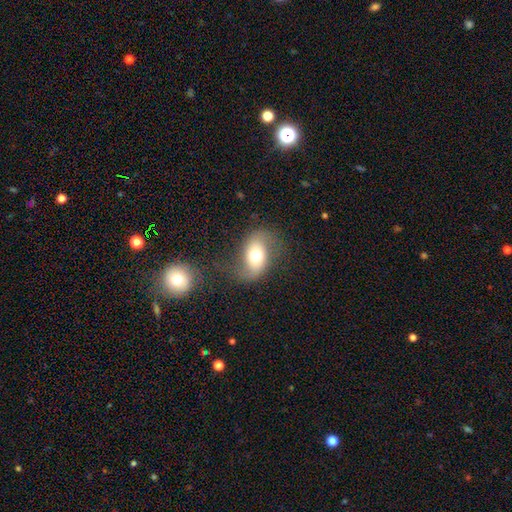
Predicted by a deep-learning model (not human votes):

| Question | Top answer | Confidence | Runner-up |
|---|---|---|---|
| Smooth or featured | featured or disk | 47% | smooth (45%) |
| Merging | none | 60% | minor disturbance (22%) |